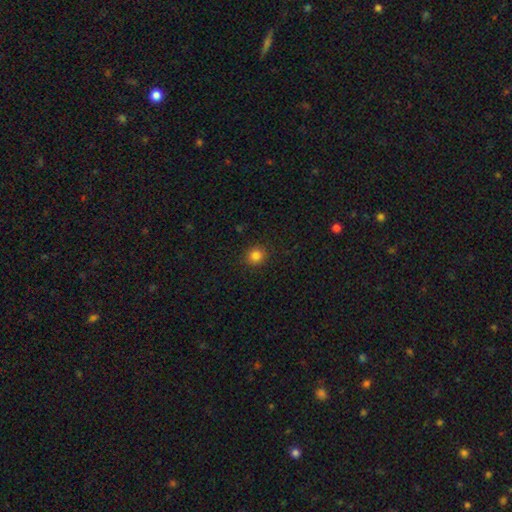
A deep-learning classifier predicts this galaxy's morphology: A smooth galaxy with no disk features (84%) that is round (88%). Merging: none (90%).